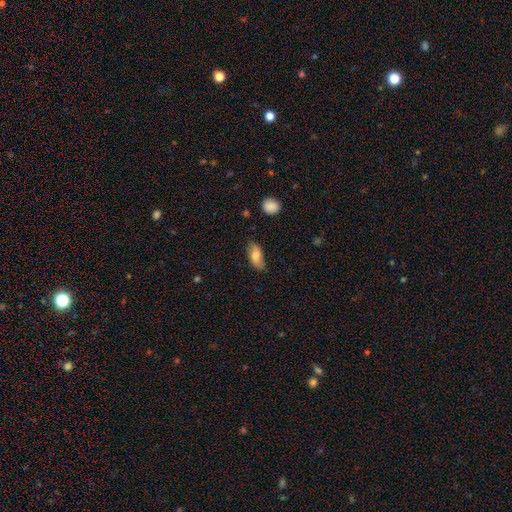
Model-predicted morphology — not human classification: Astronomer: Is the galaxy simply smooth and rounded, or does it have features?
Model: smooth — 74%.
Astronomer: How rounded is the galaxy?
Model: in between — 87%.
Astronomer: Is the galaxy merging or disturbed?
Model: none — 74%.